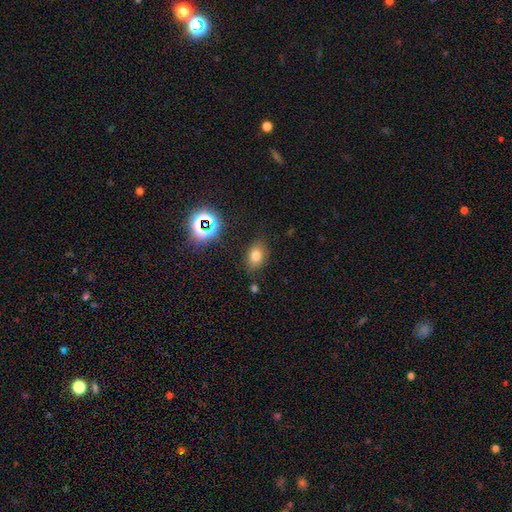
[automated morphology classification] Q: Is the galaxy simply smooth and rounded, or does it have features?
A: smooth — 72%.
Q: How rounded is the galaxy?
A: in between — 77%.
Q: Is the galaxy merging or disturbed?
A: none — 81%.